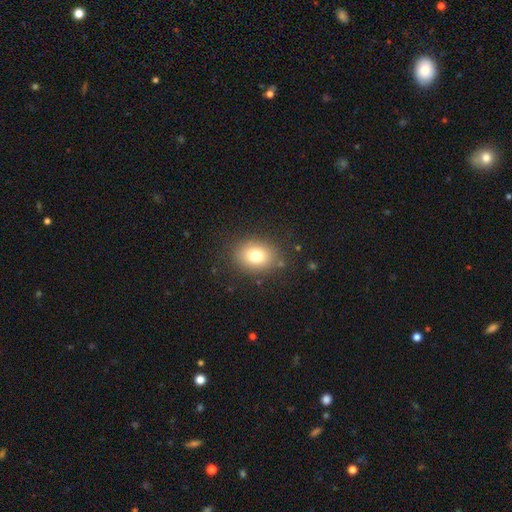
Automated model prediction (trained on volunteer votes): A smooth galaxy with no disk features (77%) that is in between round and cigar-shaped (57%).

Vote fractions:
- Smooth or featured? smooth: 77% / star or artifact: 12% / featured or disk: 11%
- How rounded? in between: 57% / round: 43% / cigar-shaped: 1%
- Merging? none: 84% / minor disturbance: 10% / major disturbance: 4% / merger: 2%